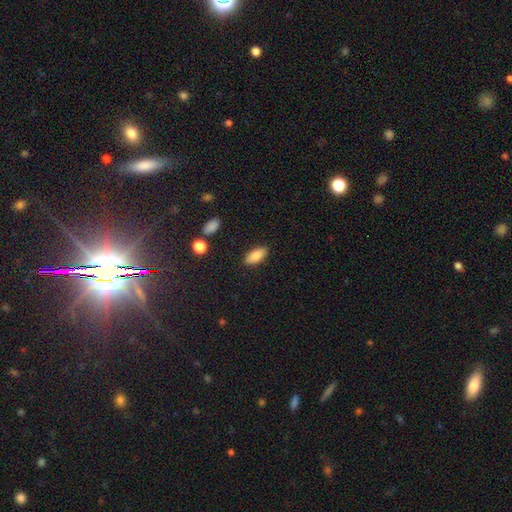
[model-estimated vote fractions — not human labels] Smooth or featured: smooth — 86% (star or artifact — 7%)
How rounded: in between — 84% (cigar-shaped — 14%)
Merging: none — 88% (minor disturbance — 9%)